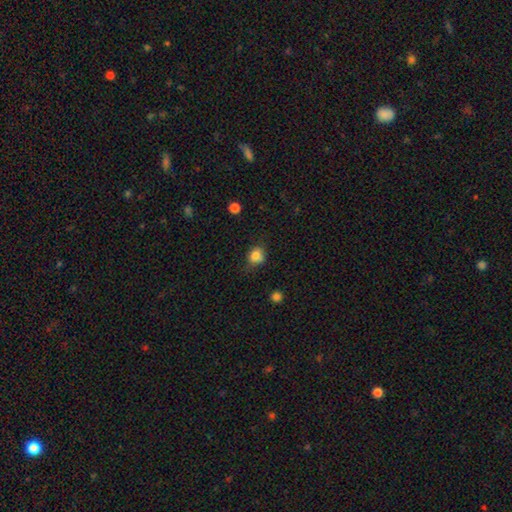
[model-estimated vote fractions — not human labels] Morphology: type=smooth (82%); roundness=round (62%); merging=none (62%).